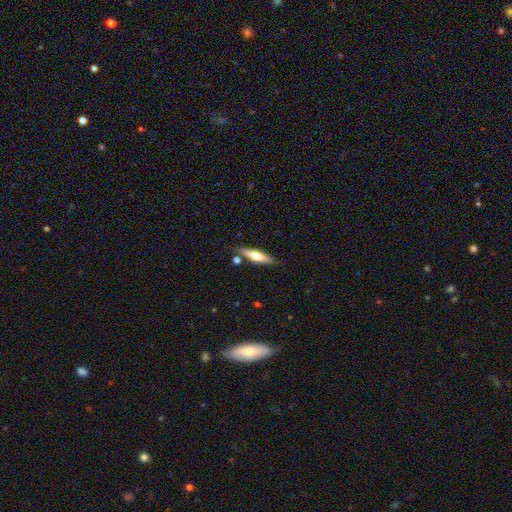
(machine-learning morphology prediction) Smooth or featured: featured or disk — 48% (smooth — 46%)
Merging: none — 82% (minor disturbance — 11%)